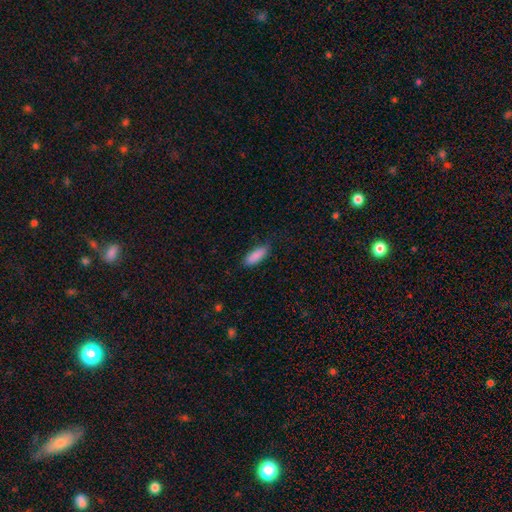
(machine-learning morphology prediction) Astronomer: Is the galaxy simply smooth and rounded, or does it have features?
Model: smooth — 89%.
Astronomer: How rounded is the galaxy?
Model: in between — 68%.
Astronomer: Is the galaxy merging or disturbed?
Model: none — 81%.